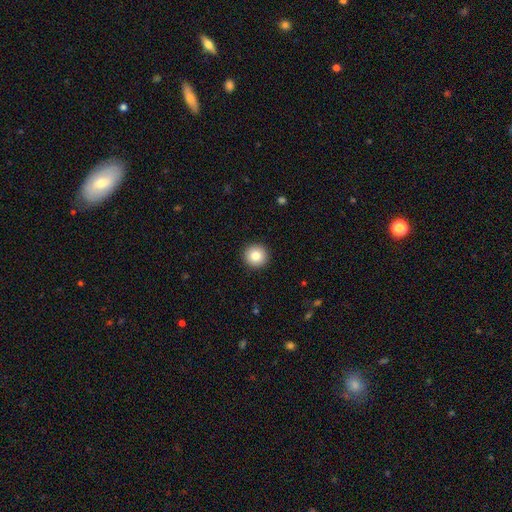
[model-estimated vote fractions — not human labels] Smooth or featured: smooth — 83% (star or artifact — 9%)
How rounded: round — 95% (in between — 4%)
Merging: none — 93% (minor disturbance — 4%)